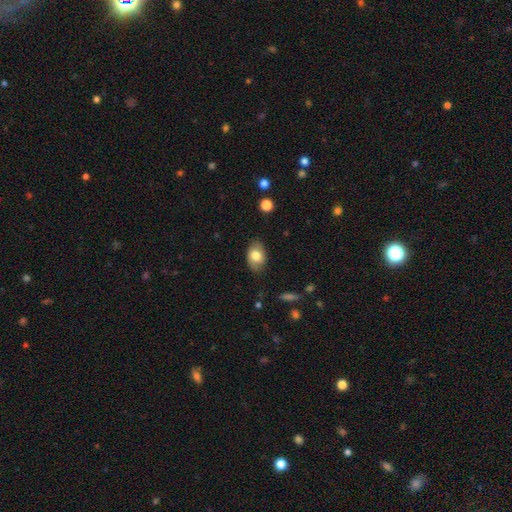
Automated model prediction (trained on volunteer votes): Overall: smooth (75%). How rounded: in between (87%). Merging: none (81%).